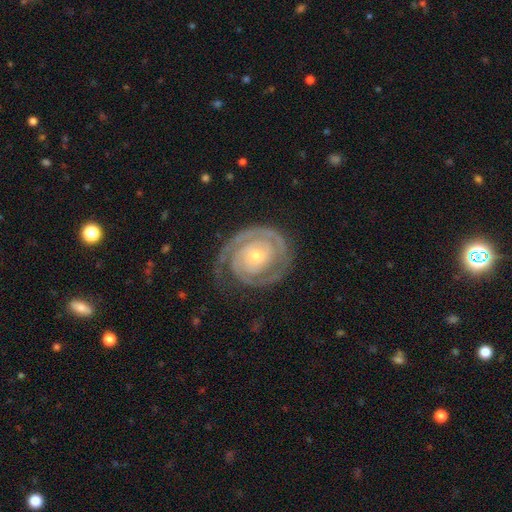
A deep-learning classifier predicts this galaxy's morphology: The model was most divided on "bulge size": small: 65%, moderate: 31%, large: 2%, none: 1%, dominant: 1%. More confident: edge-on disk — no (98%); spiral arms — yes (97%); smooth or featured — featured or disk (90%); spiral winding — tight (82%); merging — none (76%); bar — no (76%); spiral arm count — 2 (64%).